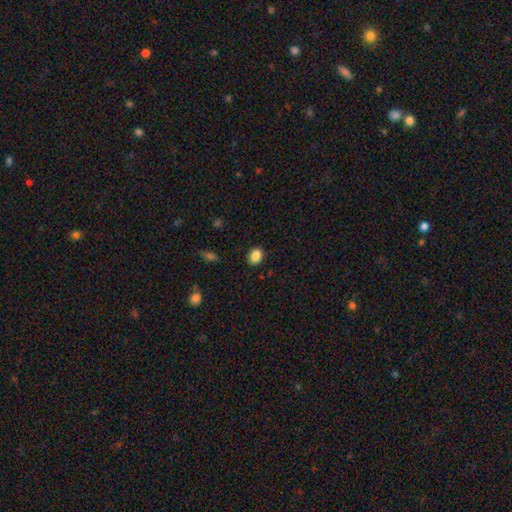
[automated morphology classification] A smooth galaxy with no disk features (87%) that is in between round and cigar-shaped (67%). Merging: none (89%).